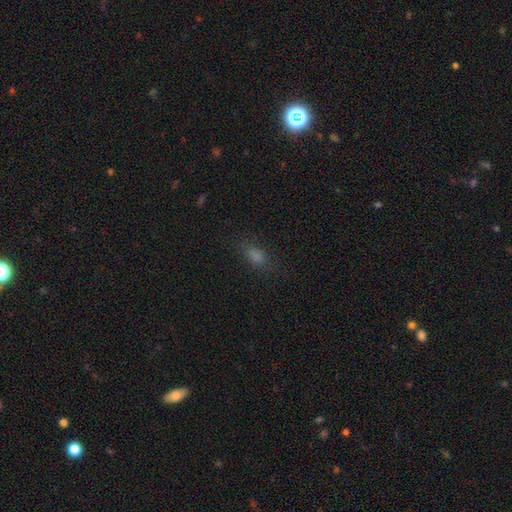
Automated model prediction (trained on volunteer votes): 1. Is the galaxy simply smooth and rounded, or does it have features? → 67% smooth, 23% star or artifact, 10% featured or disk.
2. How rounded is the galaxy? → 73% in between, 13% round, 13% cigar-shaped.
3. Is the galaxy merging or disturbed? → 76% none, 16% minor disturbance, 7% major disturbance, 1% merger.